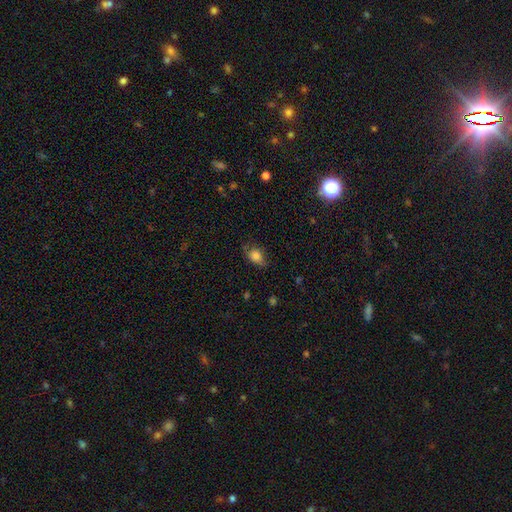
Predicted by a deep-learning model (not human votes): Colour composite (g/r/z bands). It shows a smooth galaxy with no disk features (80%) that is in between round and cigar-shaped (67%). Merging: none (59%).